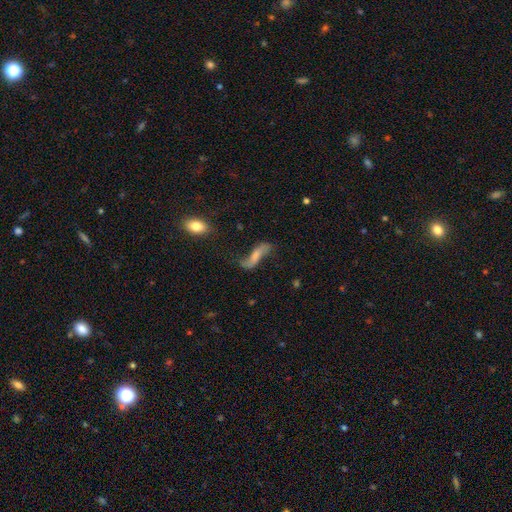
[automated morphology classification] type=featured or disk (58%); edge-on=no (80%); merging=none (53%).